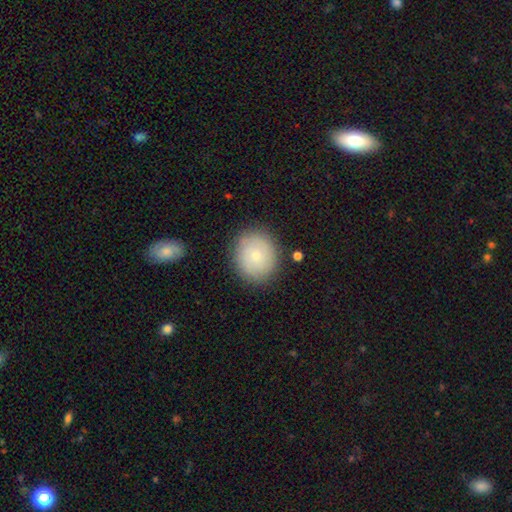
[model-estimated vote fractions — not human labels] Morphology: type=smooth (73%); roundness=round (79%); merging=none (84%).